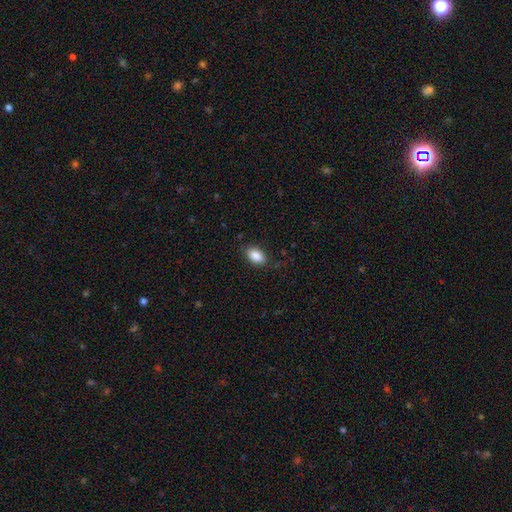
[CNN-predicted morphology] Smooth or featured: smooth — 87% (star or artifact — 8%)
How rounded: in between — 90% (round — 8%)
Merging: none — 83% (minor disturbance — 13%)